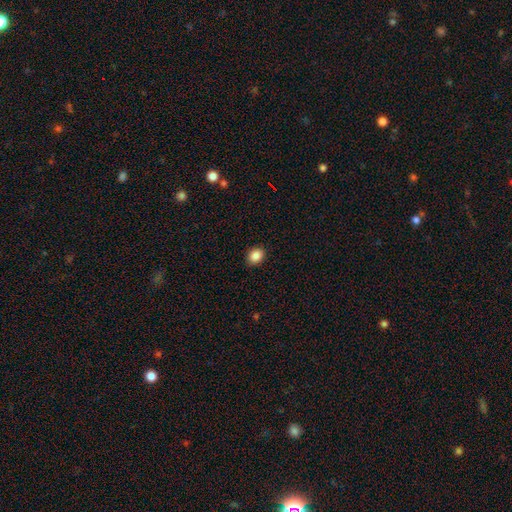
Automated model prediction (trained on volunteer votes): Q: Smooth or featured?
A: smooth (87%); runner-up: star or artifact (9%)
Q: How rounded?
A: round (56%); runner-up: in between (43%)
Q: Merging?
A: none (91%); runner-up: minor disturbance (7%)